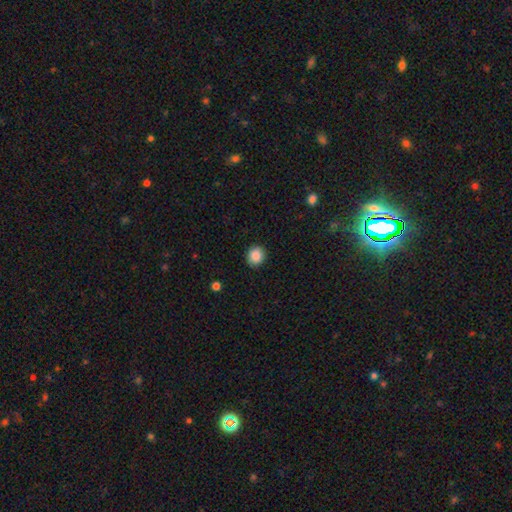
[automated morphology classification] smooth 88%, star or artifact 9%, featured or disk 4%. Down the decision tree: how rounded — round (81%); merging — none (90%).